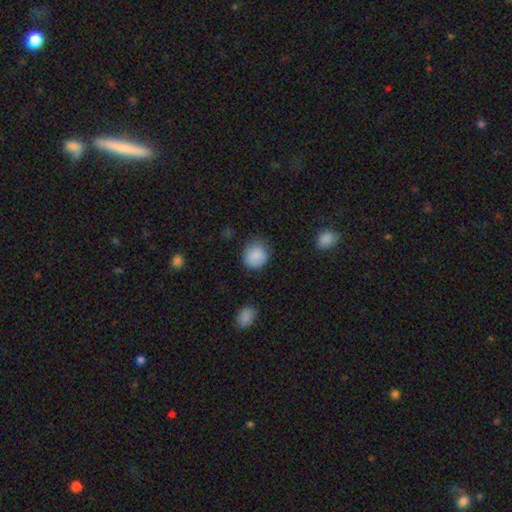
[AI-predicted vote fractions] Smooth or featured: smooth — 87% (star or artifact — 9%)
How rounded: round — 81% (in between — 18%)
Merging: none — 74% (minor disturbance — 20%)